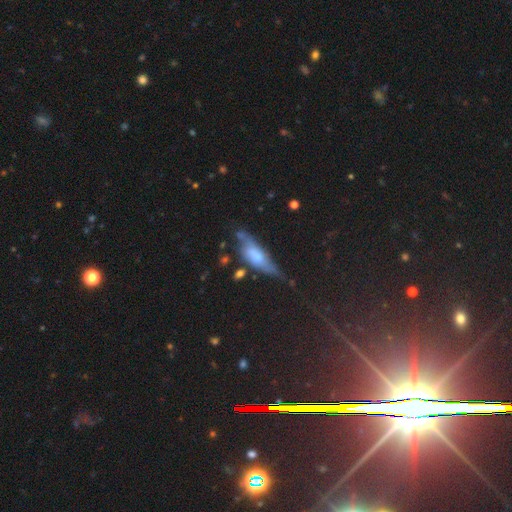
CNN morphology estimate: The model was most divided on "smooth or featured": smooth: 47%, featured or disk: 44%, star or artifact: 10%. Remaining: merging — none (49%).